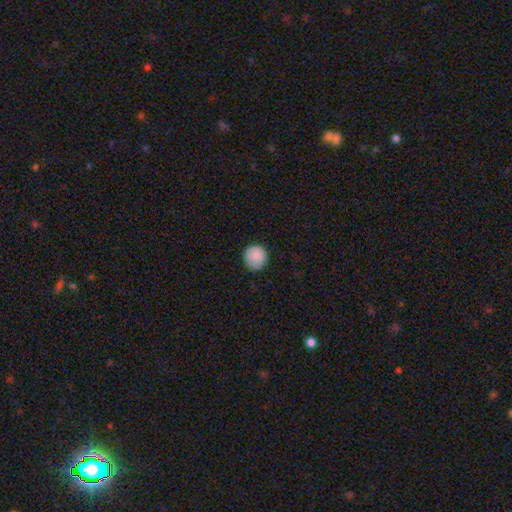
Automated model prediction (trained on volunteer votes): Smooth or featured? Predicted: smooth (p=0.88). How rounded? Predicted: round (p=0.94). Merging? Predicted: none (p=0.89).